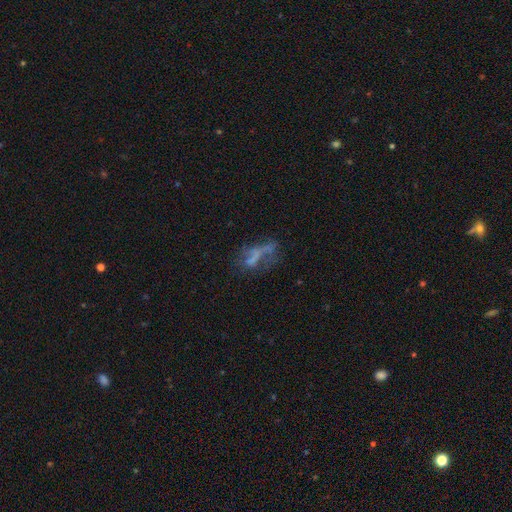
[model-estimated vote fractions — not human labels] Q: Smooth or featured?
A: featured or disk (45%); runner-up: smooth (34%)
Q: Merging?
A: major disturbance (35%); runner-up: none (34%)